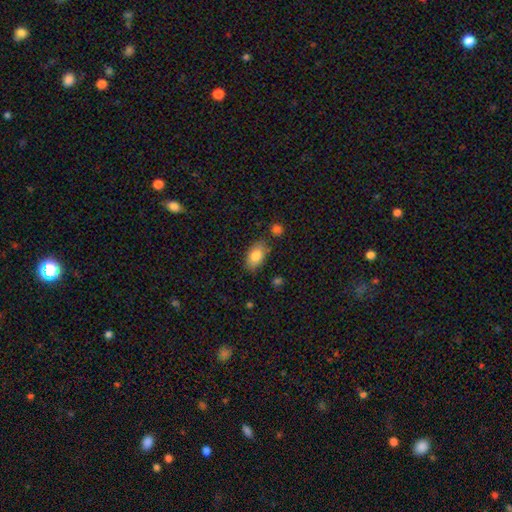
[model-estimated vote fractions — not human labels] Overall: smooth (83%). How rounded: in between (91%). Merging: none (79%).